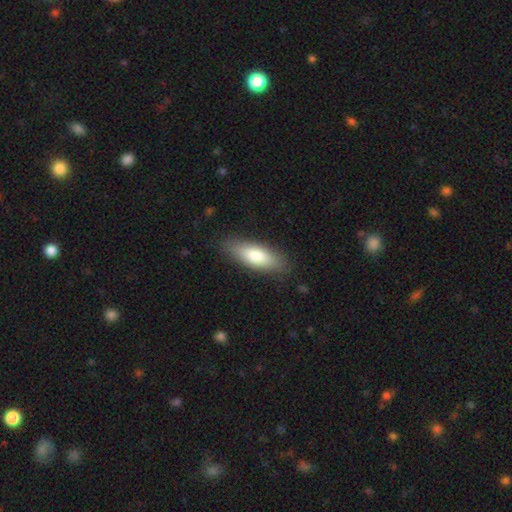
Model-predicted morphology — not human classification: This is likely a smooth galaxy (77%). How rounded: likely in between (65%). Merging: clearly none (85%).